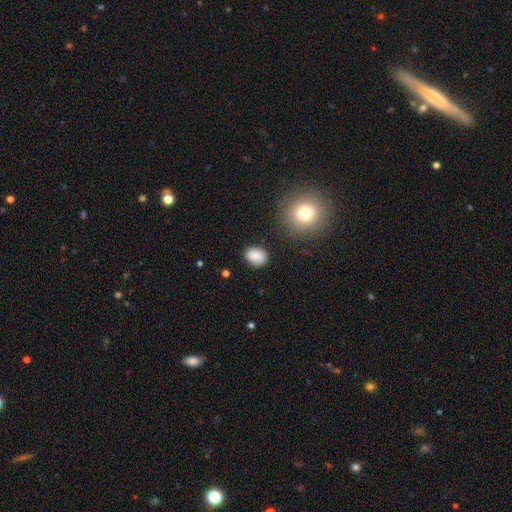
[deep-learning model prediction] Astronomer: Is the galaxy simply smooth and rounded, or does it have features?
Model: smooth — 81%.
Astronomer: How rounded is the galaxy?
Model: in between — 53% (runner-up: round, 46%).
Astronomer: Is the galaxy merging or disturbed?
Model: none — 82%.